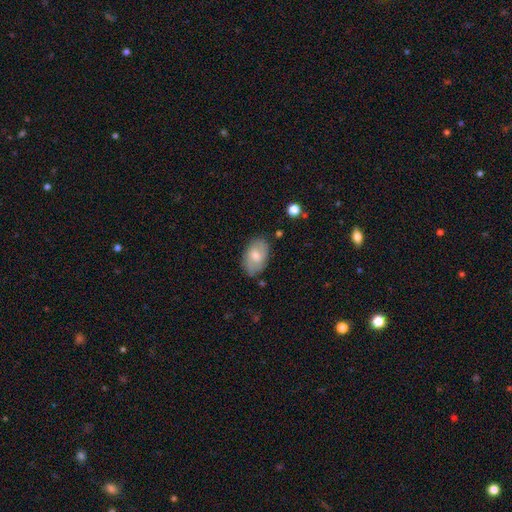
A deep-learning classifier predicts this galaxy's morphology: Smooth or featured? Predicted: smooth (p=0.57). How rounded? Predicted: in between (p=0.90). Merging? Predicted: none (p=0.76).